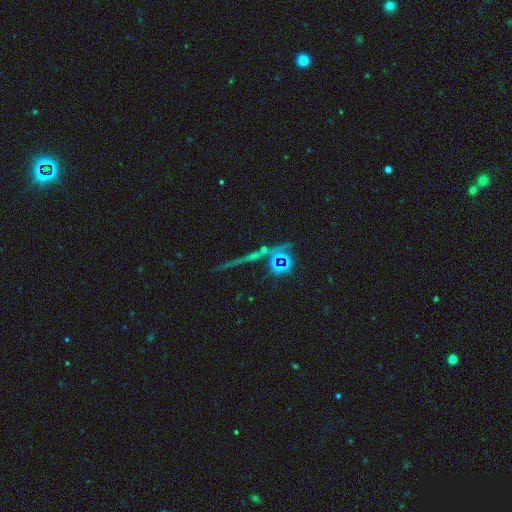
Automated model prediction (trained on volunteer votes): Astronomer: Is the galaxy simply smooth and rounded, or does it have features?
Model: star or artifact — 42% (runner-up: featured or disk, 37%).